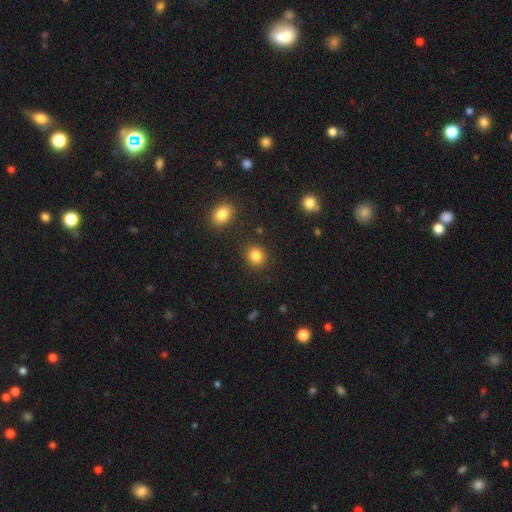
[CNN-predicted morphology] Smooth or featured? smooth (85%)
How rounded? round (81%)
Merging? none (89%)